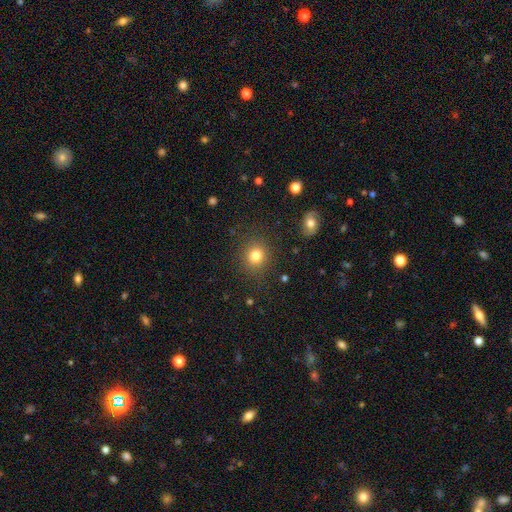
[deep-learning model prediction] Smooth or featured? Predicted: smooth (p=0.81). How rounded? Predicted: round (p=0.85). Merging? Predicted: none (p=0.86).